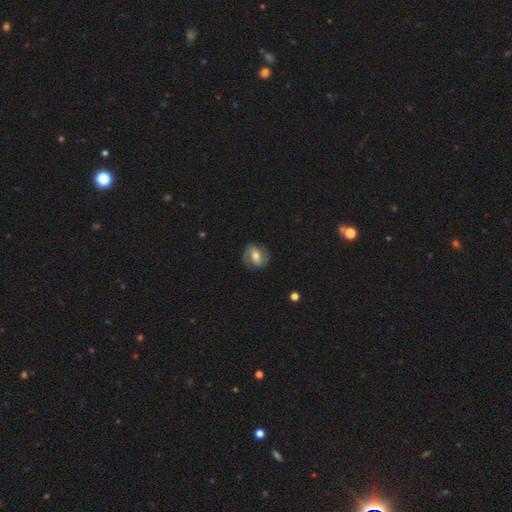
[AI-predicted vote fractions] Smooth or featured: featured or disk — 72% (smooth — 22%)
Edge-on disk: no — 97% (yes — 3%)
Bar: weak — 44% (strong — 30%)
Spiral arms: yes — 90% (no — 10%)
Spiral winding: medium — 47% (tight — 33%)
Spiral arm count: 2 — 87% (can't tell — 6%)
Bulge size: moderate — 65% (small — 26%)
Merging: none — 81% (minor disturbance — 13%)